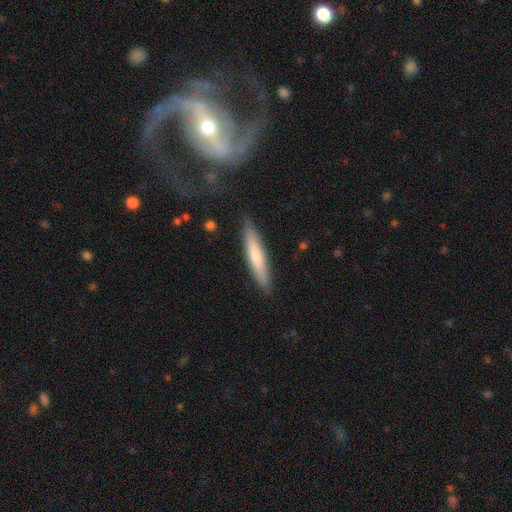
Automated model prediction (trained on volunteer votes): Morphology: type=featured or disk (58%); edge-on=yes (69%); merging=none (78%).